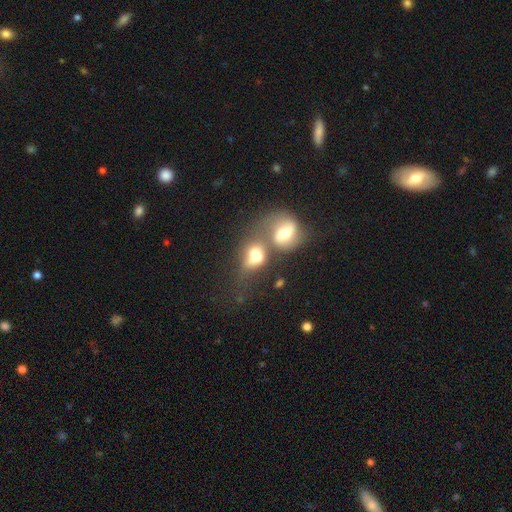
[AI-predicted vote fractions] A smooth galaxy with no disk features (57%) that is in between round and cigar-shaped (58%). Merging: merger (66%).